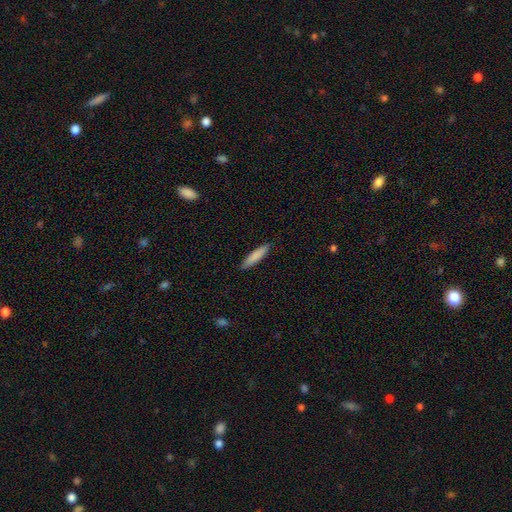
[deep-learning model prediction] The model was most divided on "how rounded": cigar-shaped: 82%, in between: 17%, round: 1%. More confident: merging — none (89%); smooth or featured — smooth (85%).